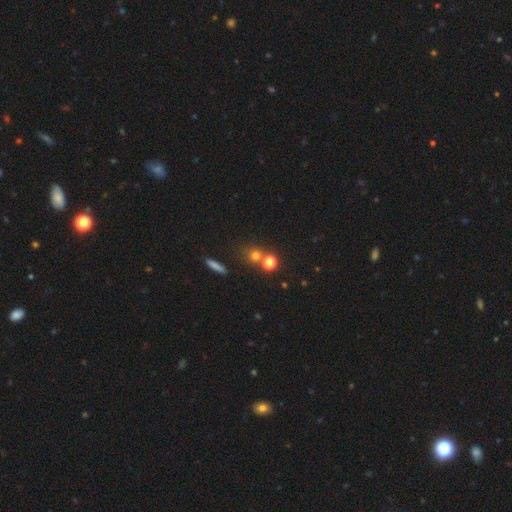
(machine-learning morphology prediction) smooth 71%, star or artifact 19%, featured or disk 9%. Down the decision tree: how rounded — round (85%); merging — none (62%).